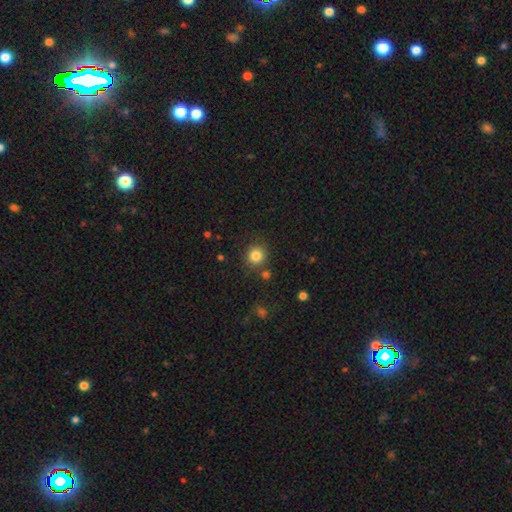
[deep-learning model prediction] smooth_or_featured: smooth (p=0.82) [alt: star or artifact p=0.12]
how_rounded: round (p=0.90) [alt: in between p=0.09]
merging: none (p=0.82) [alt: minor disturbance p=0.09]